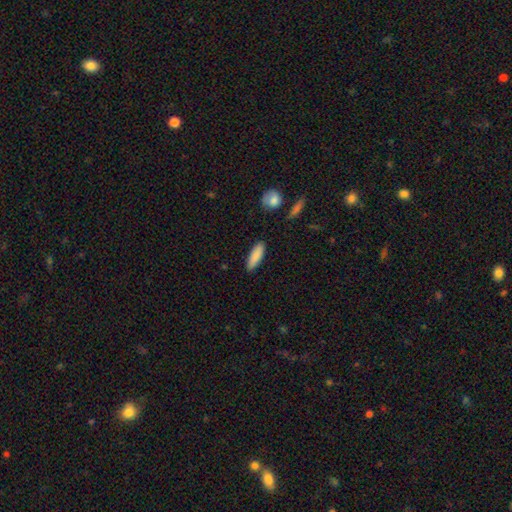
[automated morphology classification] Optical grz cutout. It shows a smooth galaxy with no disk features (87%) that is in between round and cigar-shaped (49%, tied with cigar-shaped). Merging: none (89%).